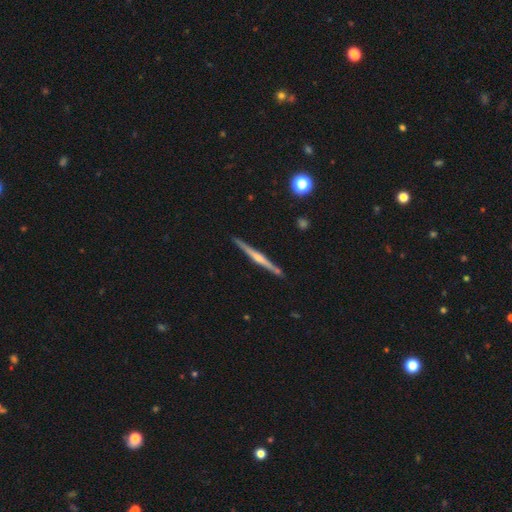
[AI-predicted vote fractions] featured or disk 73%, smooth 19%, star or artifact 8%. Down the decision tree: edge-on disk — yes (97%); edge-on bulge — rounded (76%); merging — none (88%).